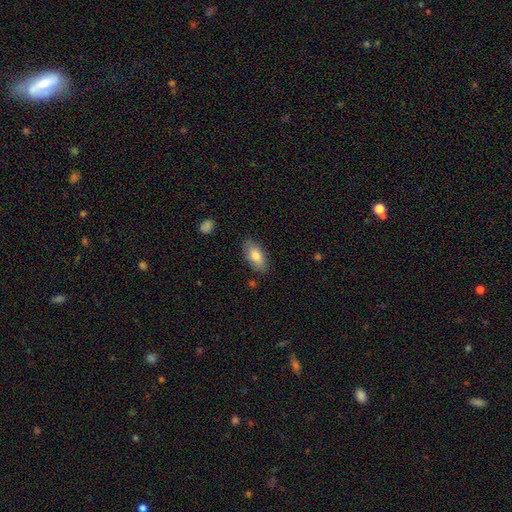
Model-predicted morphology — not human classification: smooth_or_featured: smooth (p=0.80) [alt: featured or disk p=0.14]
how_rounded: in between (p=0.90) [alt: cigar-shaped p=0.07]
merging: none (p=0.84) [alt: minor disturbance p=0.12]